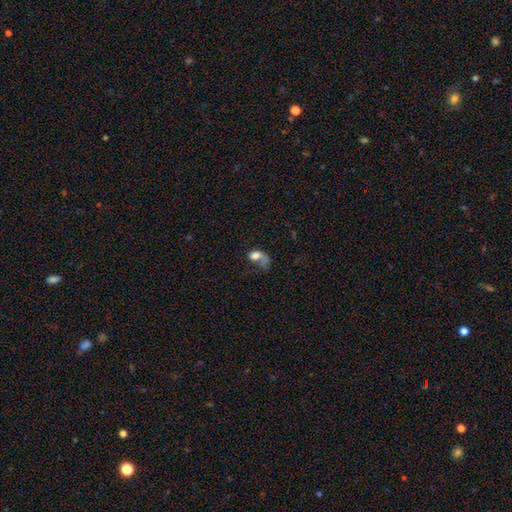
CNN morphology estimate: Smooth or featured? smooth (63%)
How rounded? in between (76%)
Merging? major disturbance (48%)